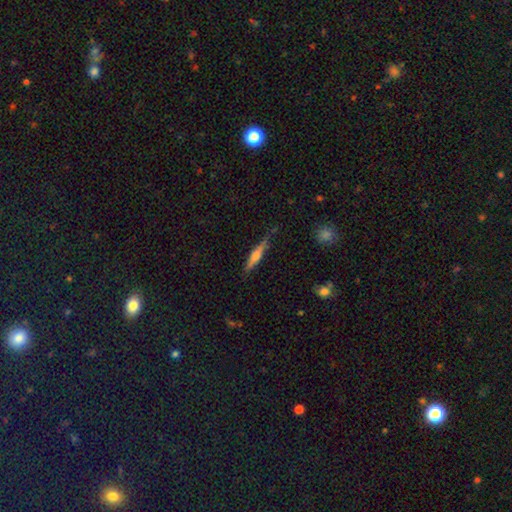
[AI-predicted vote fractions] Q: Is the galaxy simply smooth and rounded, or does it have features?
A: featured or disk — 52%.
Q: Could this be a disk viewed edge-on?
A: yes — 95%.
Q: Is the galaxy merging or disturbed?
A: none — 72%.